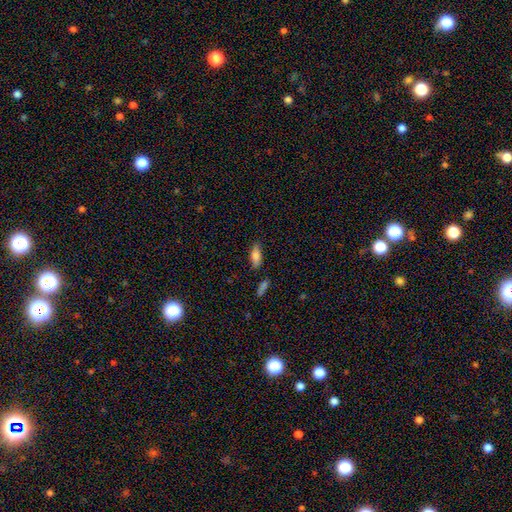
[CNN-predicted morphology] A smooth galaxy with no disk features (79%) that is in between round and cigar-shaped (74%). Merging: none (74%).